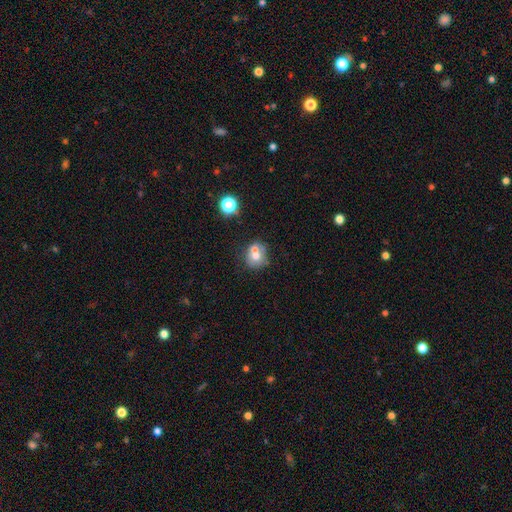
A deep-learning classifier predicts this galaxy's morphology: smooth-or-featured: smooth: 62% | featured or disk: 26% | star or artifact: 12%
  how-rounded: round: 74% | in between: 26% | cigar-shaped: 1%
  merging: merger: 51% | none: 36% | minor disturbance: 10% | major disturbance: 4%